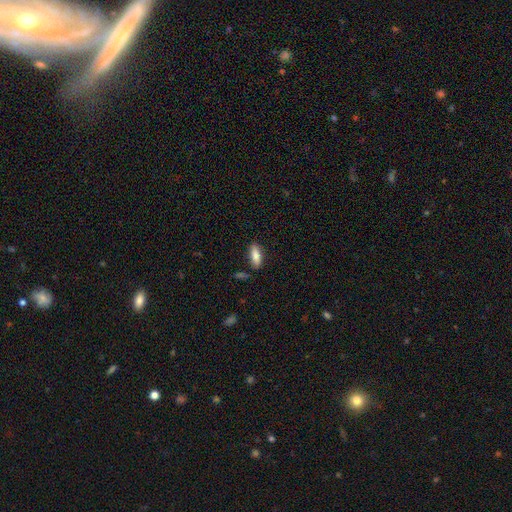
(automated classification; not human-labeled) This is clearly a smooth galaxy (82%). How rounded: likely in between (70%). Merging: clearly none (83%).